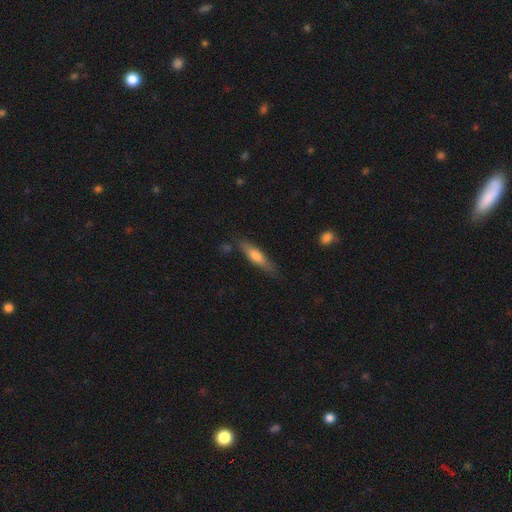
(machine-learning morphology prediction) A smooth galaxy with no disk features (56%) that is cigar-shaped (79%).

Vote fractions:
- Smooth or featured? smooth: 56% / featured or disk: 38% / star or artifact: 6%
- How rounded? cigar-shaped: 79% / in between: 19% / round: 2%
- Merging? none: 80% / minor disturbance: 14% / major disturbance: 3% / merger: 3%